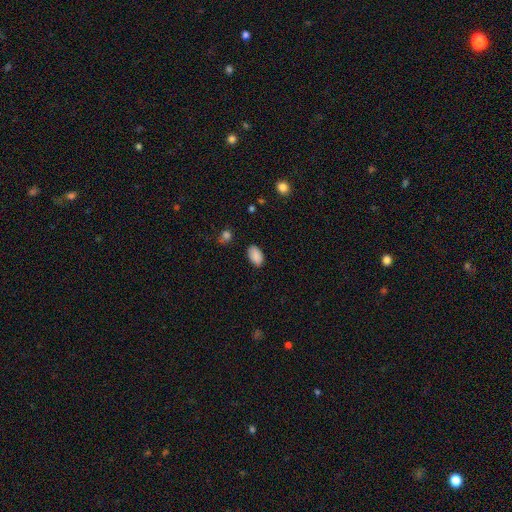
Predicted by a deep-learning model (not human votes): This is clearly a smooth galaxy (88%). How rounded: clearly in between (93%). Merging: clearly none (82%).